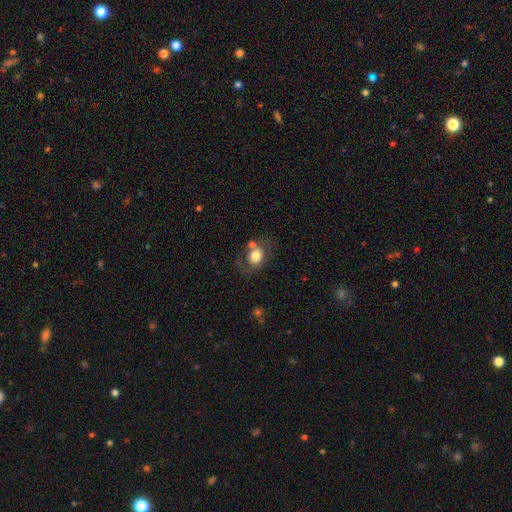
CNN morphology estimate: Smooth or featured? smooth (74%)
How rounded? round (59%)
Merging? none (54%)